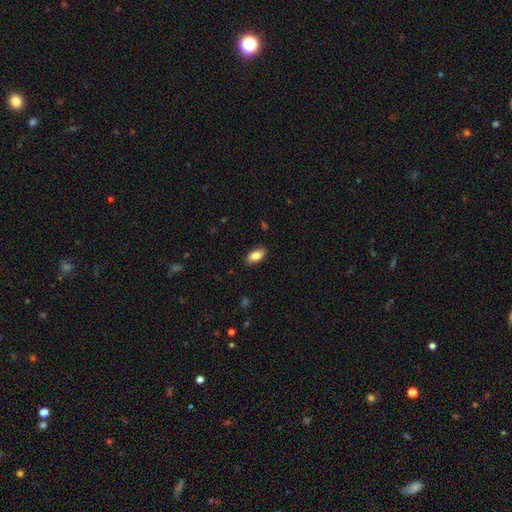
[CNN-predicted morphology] smooth 84%, featured or disk 9%, star or artifact 7%. Down the decision tree: how rounded — in between (92%); merging — none (88%).